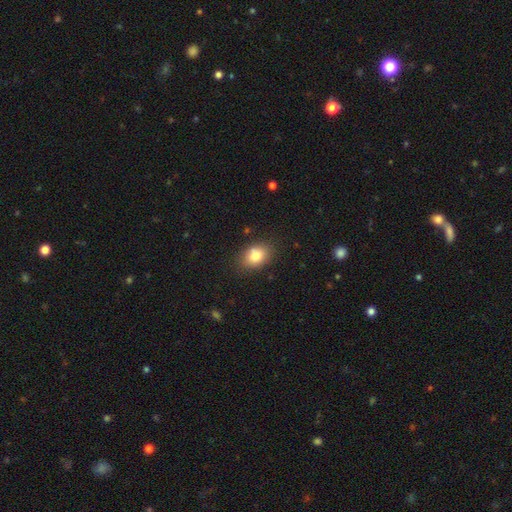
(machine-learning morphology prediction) Smooth or featured? Predicted: smooth (p=0.79). How rounded? Predicted: in between (p=0.70). Merging? Predicted: none (p=0.78).